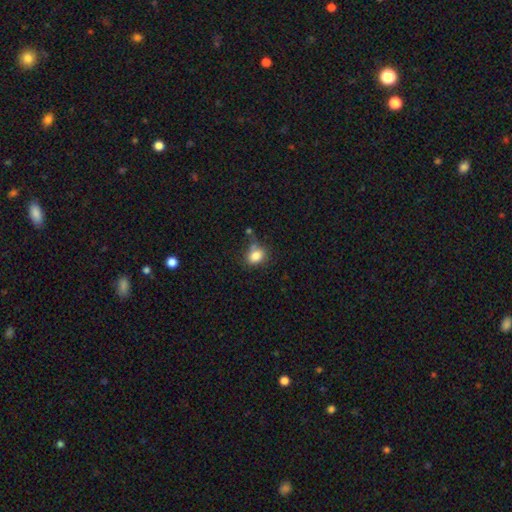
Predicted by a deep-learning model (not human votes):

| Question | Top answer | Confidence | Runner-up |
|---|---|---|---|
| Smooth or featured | smooth | 83% | star or artifact (10%) |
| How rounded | in between | 62% | round (37%) |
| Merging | none | 58% | minor disturbance (23%) |